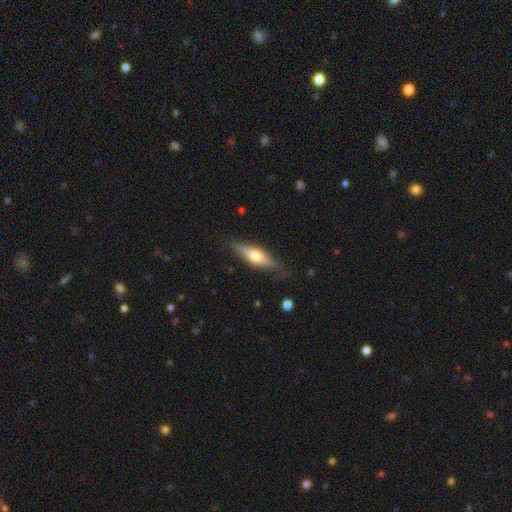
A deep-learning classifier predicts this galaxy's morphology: featured or disk 55%, smooth 39%, star or artifact 6%. Down the decision tree: edge-on disk — yes (92%); edge-on bulge — rounded (92%); merging — none (83%).